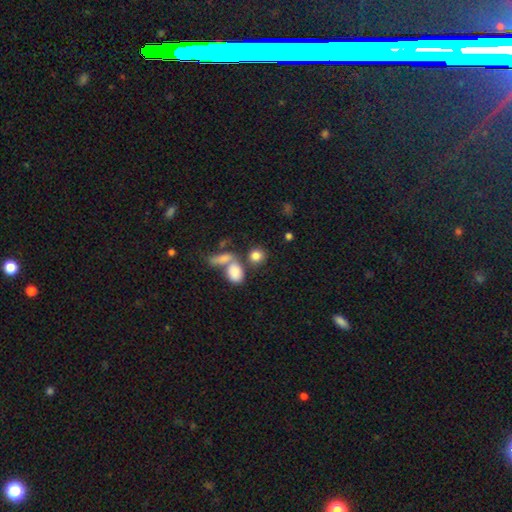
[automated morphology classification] Smooth or featured?
  - smooth: 82% *
  - star or artifact: 10%
  - featured or disk: 8%
How rounded?
  - round: 70% *
  - in between: 28%
  - cigar-shaped: 2%
Merging?
  - none: 56% *
  - merger: 29%
  - minor disturbance: 10%
  - major disturbance: 6%